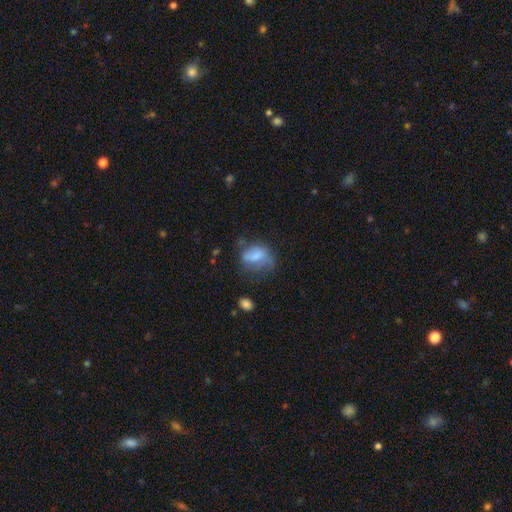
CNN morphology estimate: This appears to be a smooth galaxy with no disk features (68%) that is in between round and cigar-shaped (72%). Merging: none (35%).